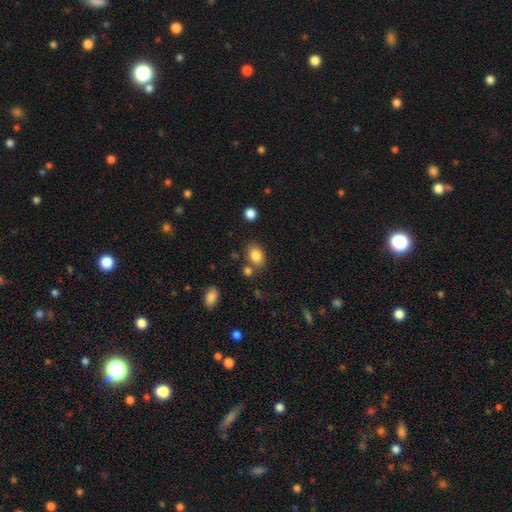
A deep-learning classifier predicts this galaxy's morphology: Smooth or featured? smooth (83%)
How rounded? in between (67%)
Merging? none (71%)